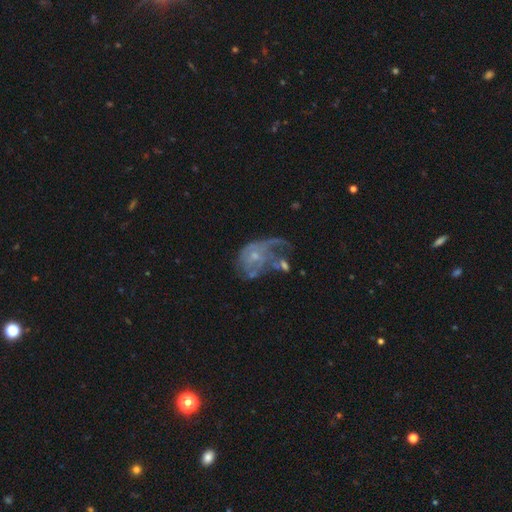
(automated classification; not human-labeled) Smooth or featured: featured or disk — 72% (smooth — 18%)
Edge-on disk: no — 98% (yes — 2%)
Bar: no — 79% (weak — 18%)
Spiral arms: yes — 63% (no — 37%)
Bulge size: small — 64% (moderate — 24%)
Merging: major disturbance — 48% (none — 19%)